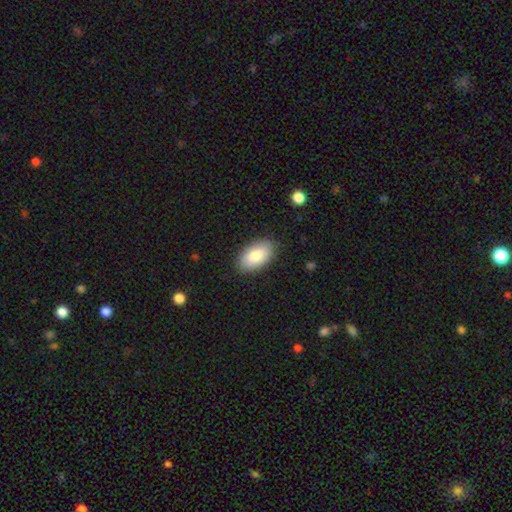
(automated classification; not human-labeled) The model was most divided on "smooth or featured": smooth: 82%, featured or disk: 12%, star or artifact: 6%. More confident: how rounded — in between (94%); merging — none (86%).